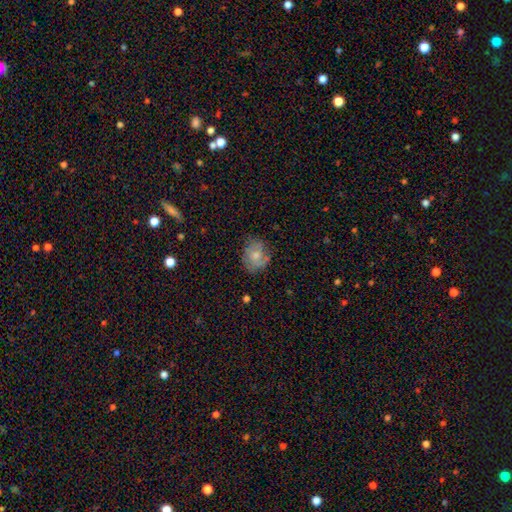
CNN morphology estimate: smooth-or-featured: smooth: 57% | featured or disk: 34% | star or artifact: 8%
  how-rounded: round: 62% | in between: 37% | cigar-shaped: 1%
  merging: none: 63% | minor disturbance: 25% | major disturbance: 10% | merger: 2%